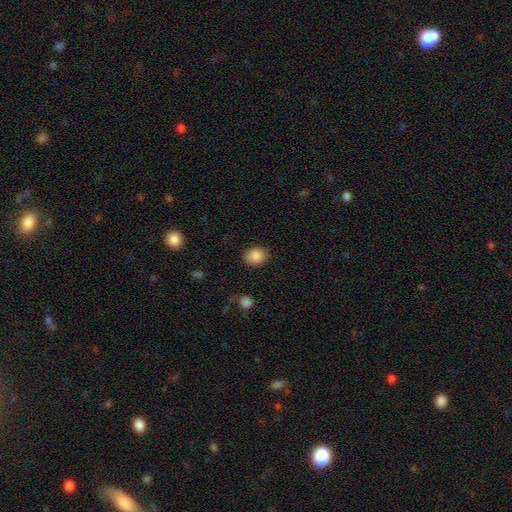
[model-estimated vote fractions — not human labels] A smooth galaxy with no disk features (86%) that is in between round and cigar-shaped (51%). Merging: none (86%).